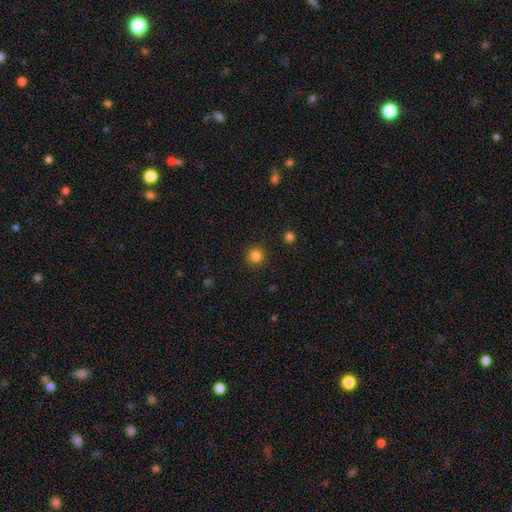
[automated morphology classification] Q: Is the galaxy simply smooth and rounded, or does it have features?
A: smooth — 83%.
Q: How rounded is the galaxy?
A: round — 95%.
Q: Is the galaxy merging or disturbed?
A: none — 91%.